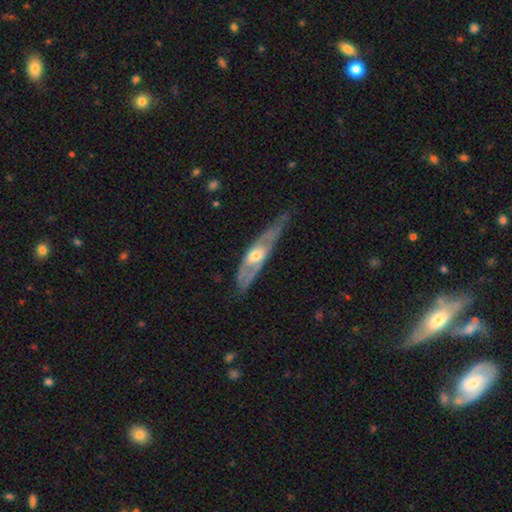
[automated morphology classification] This is likely a featured or disk galaxy (69%). It is possibly viewed edge-on (54%). Merging: possibly none (56%).